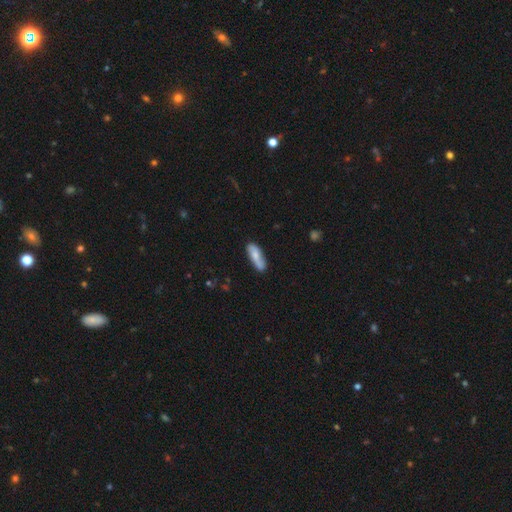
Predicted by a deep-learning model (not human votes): Overall: smooth (66%; featured or disk 28%). How rounded: in between (61%; cigar-shaped 36%). Merging: none (71%).